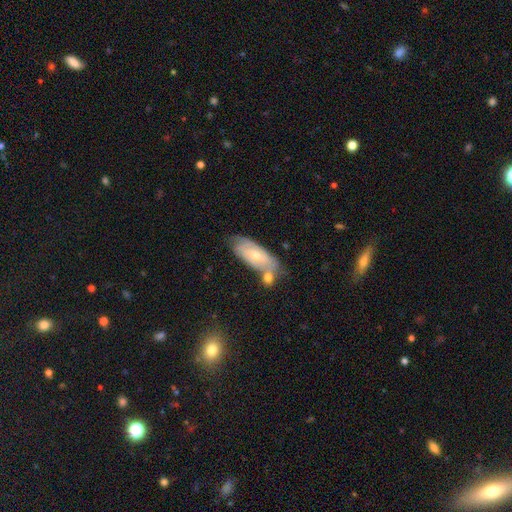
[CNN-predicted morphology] smooth_or_featured: featured or disk (p=0.55) [alt: smooth p=0.38]
disk_edge_on: no (p=0.86) [alt: yes p=0.14]
merging: none (p=0.52) [alt: merger p=0.22]